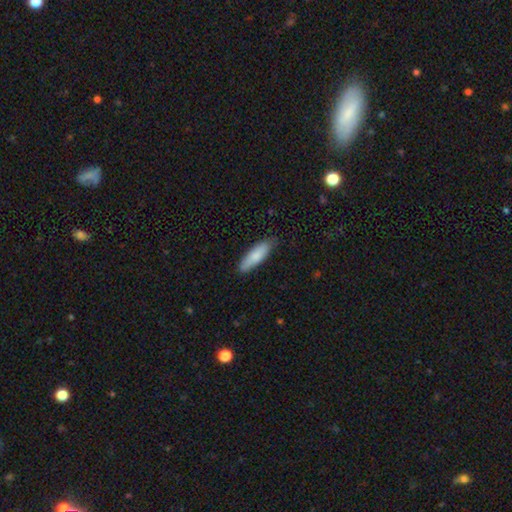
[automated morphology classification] Smooth or featured? smooth (81%)
How rounded? cigar-shaped (54%)
Merging? none (82%)